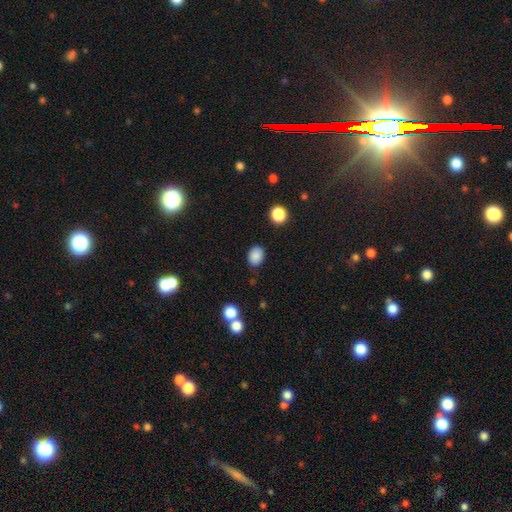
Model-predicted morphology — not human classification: Smooth or featured?
  - smooth: 86% *
  - star or artifact: 10%
  - featured or disk: 4%
How rounded?
  - in between: 69% *
  - round: 30%
  - cigar-shaped: 1%
Merging?
  - none: 84% *
  - minor disturbance: 11%
  - major disturbance: 3%
  - merger: 2%